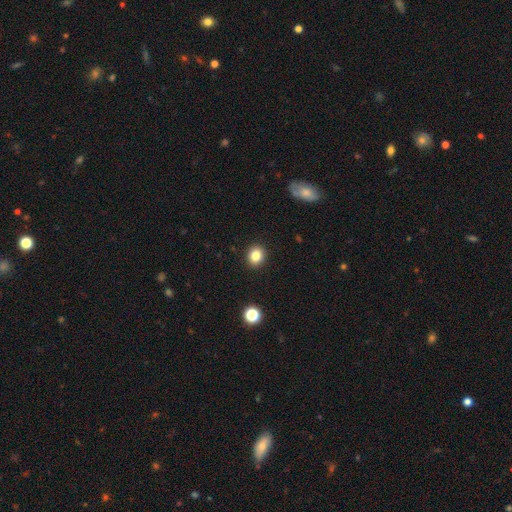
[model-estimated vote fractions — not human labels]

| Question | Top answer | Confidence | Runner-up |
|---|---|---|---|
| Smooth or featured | smooth | 83% | star or artifact (11%) |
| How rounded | round | 67% | in between (32%) |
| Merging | none | 92% | minor disturbance (6%) |